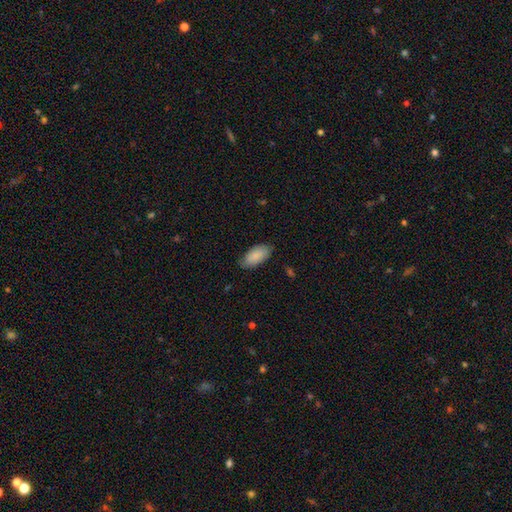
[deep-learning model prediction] Morphology: type=smooth (88%); roundness=in between (94%); merging=none (79%).